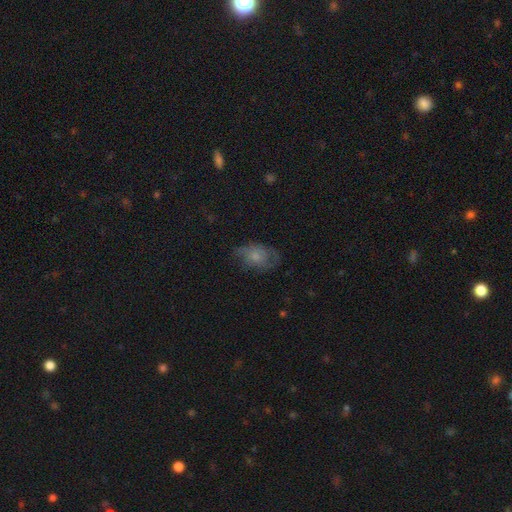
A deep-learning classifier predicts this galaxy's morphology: This appears to be a smooth galaxy with no disk features (57%) that is in between round and cigar-shaped (84%). Merging: none (52%).